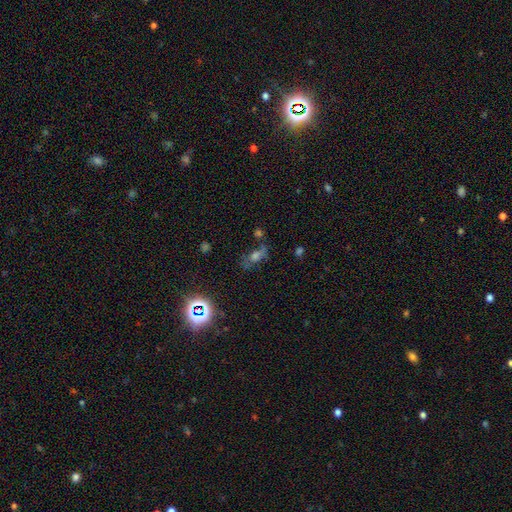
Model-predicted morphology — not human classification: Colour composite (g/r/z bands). It shows a star or artifact, not a galaxy (35%).